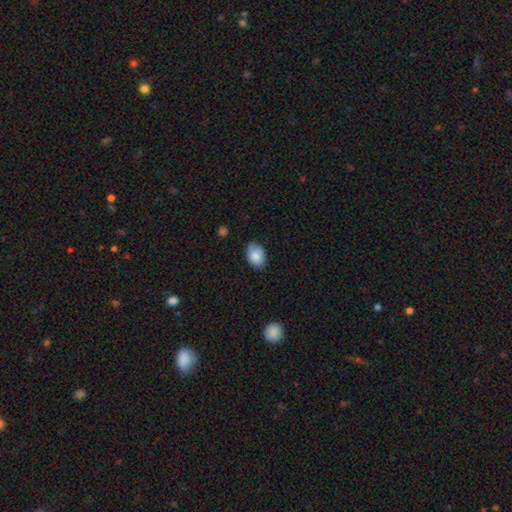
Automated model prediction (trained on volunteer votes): Smooth or featured: smooth — 83% (featured or disk — 10%)
How rounded: in between — 83% (round — 16%)
Merging: none — 75% (minor disturbance — 21%)